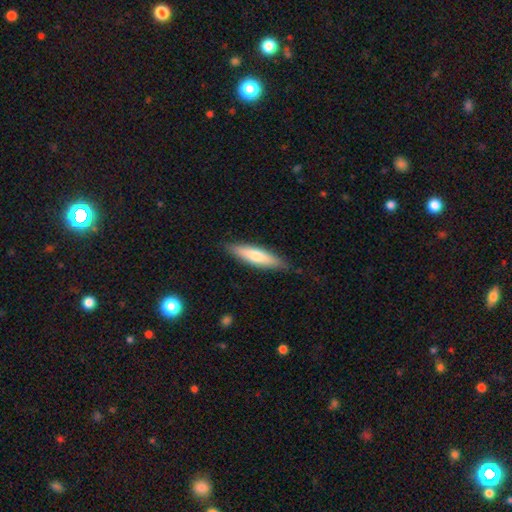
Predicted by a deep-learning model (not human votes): Overall: smooth (63%; featured or disk 32%). How rounded: cigar-shaped (75%). Merging: none (86%).